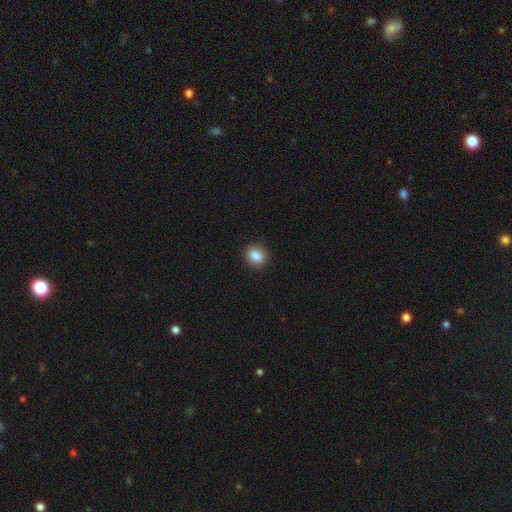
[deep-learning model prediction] A smooth galaxy with no disk features (87%) that is round (53%). Merging: none (89%).